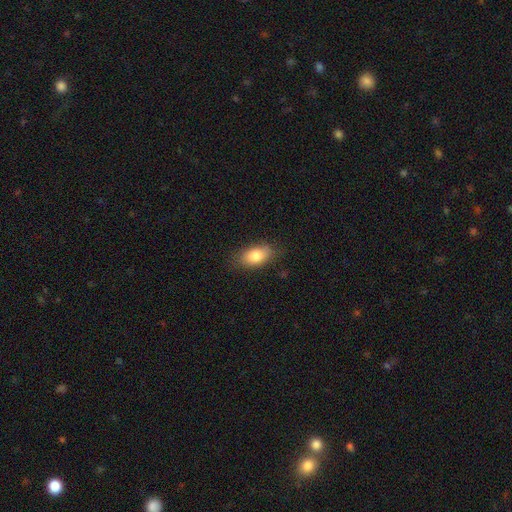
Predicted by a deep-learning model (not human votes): smooth 81%, featured or disk 11%, star or artifact 8%. Down the decision tree: how rounded — in between (88%); merging — none (80%).